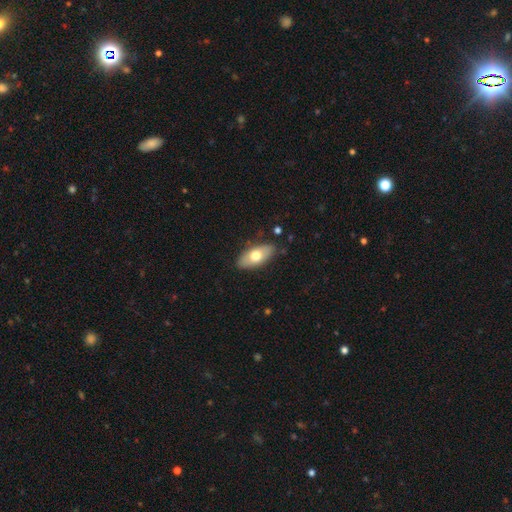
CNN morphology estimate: type=smooth (66%); roundness=in between (89%); merging=none (85%).